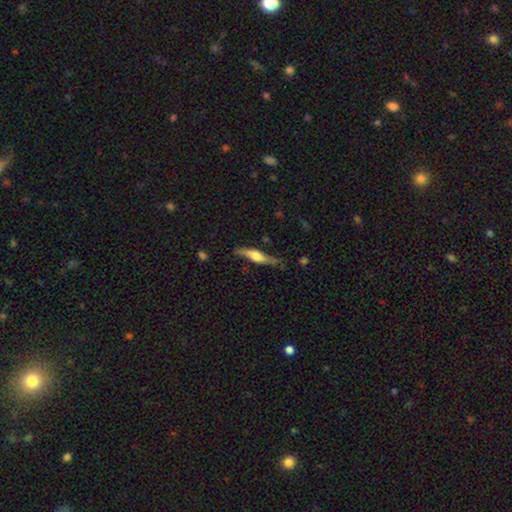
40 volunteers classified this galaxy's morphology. Smooth or featured: smooth — 65% (featured or disk — 25%)
How rounded: cigar-shaped — 77% (in between — 23%)
Merging: none — 47% (minor disturbance — 39%)